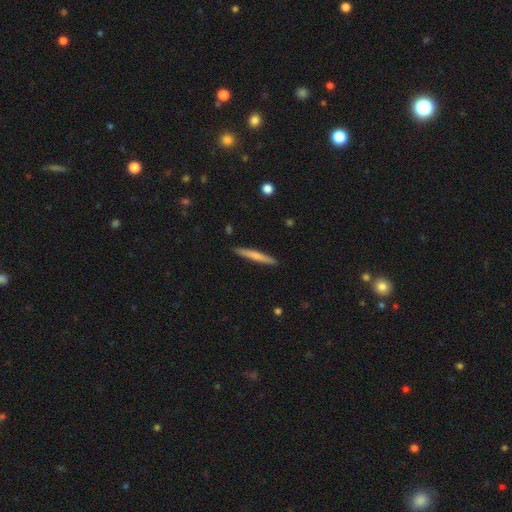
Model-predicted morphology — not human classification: This appears to be a smooth galaxy with no disk features (63%) that is cigar-shaped (96%). Merging: none (90%).